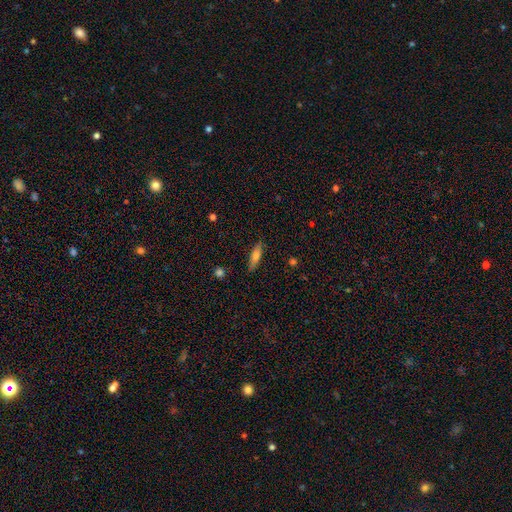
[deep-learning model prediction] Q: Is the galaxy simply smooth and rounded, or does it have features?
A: smooth — 66%.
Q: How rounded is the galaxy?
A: cigar-shaped — 63%.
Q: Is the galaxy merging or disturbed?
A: none — 85%.